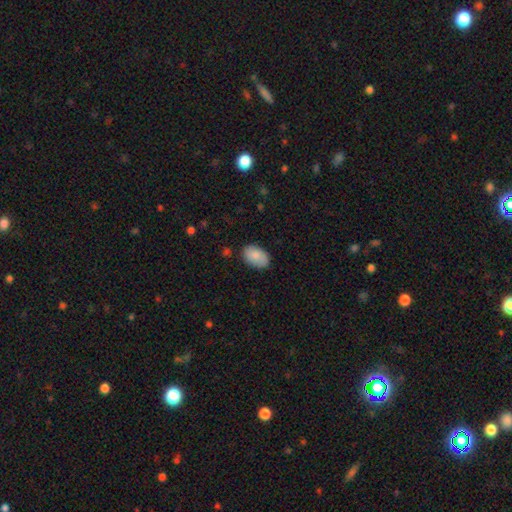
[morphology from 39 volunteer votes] A smooth galaxy with no disk features (90%) that is in between round and cigar-shaped (89%). Merging: none (87%).